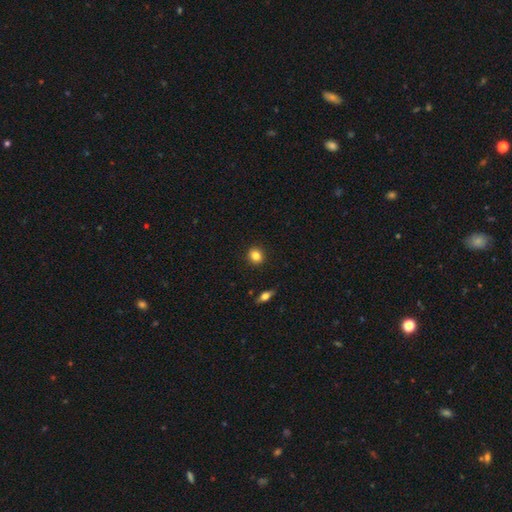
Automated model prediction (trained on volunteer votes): A smooth galaxy with no disk features (84%) that is round (84%).

Vote fractions:
- Smooth or featured? smooth: 84% / star or artifact: 10% / featured or disk: 6%
- How rounded? round: 84% / in between: 15% / cigar-shaped: 1%
- Merging? none: 92% / minor disturbance: 5% / major disturbance: 2% / merger: 1%